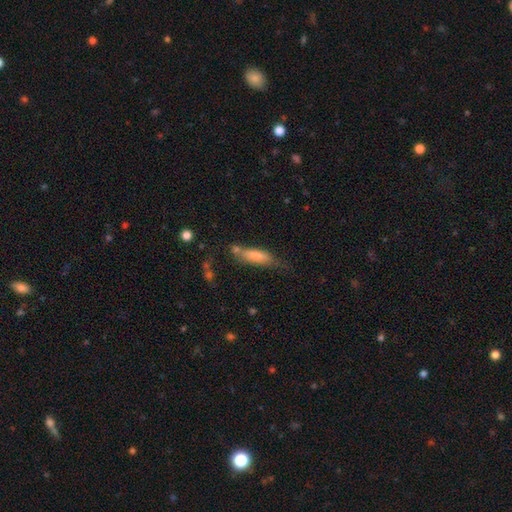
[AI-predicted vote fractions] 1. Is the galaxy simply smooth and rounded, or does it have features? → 74% smooth, 19% featured or disk, 7% star or artifact.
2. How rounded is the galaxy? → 56% cigar-shaped, 42% in between, 2% round.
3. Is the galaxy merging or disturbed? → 50% none, 27% minor disturbance, 12% merger, 11% major disturbance.